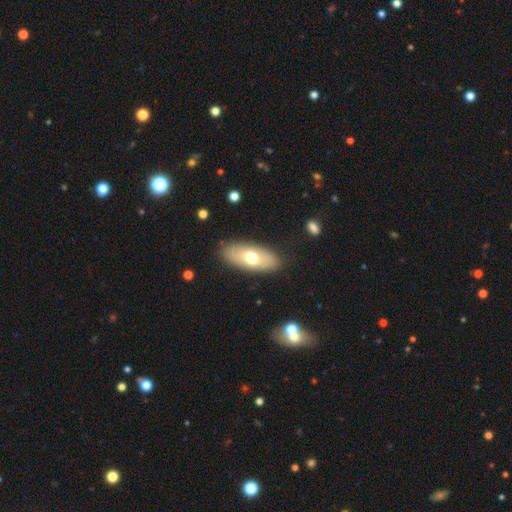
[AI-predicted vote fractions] Smooth or featured? Predicted: smooth (p=0.62). How rounded? Predicted: in between (p=0.80). Merging? Predicted: none (p=0.87).